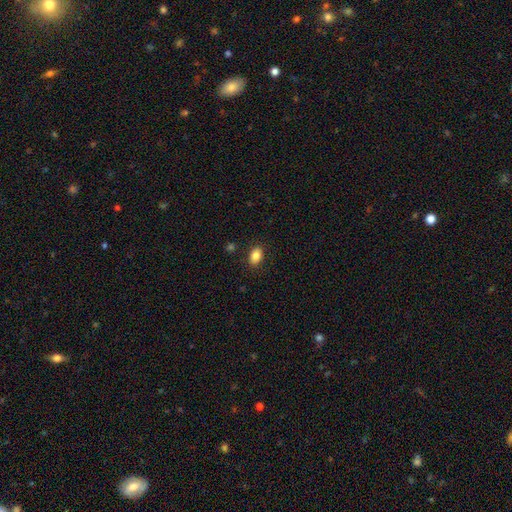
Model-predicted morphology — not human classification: Smooth or featured? Predicted: smooth (p=0.84). How rounded? Predicted: in between (p=0.84). Merging? Predicted: none (p=0.87).